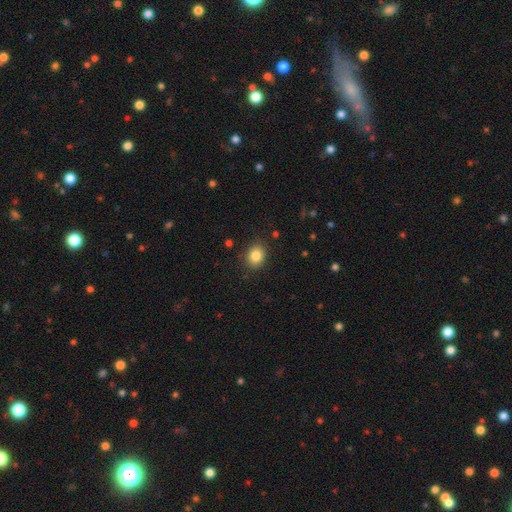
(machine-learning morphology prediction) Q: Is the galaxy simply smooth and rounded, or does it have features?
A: smooth — 85%.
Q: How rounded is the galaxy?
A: round — 54%.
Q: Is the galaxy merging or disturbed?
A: none — 87%.